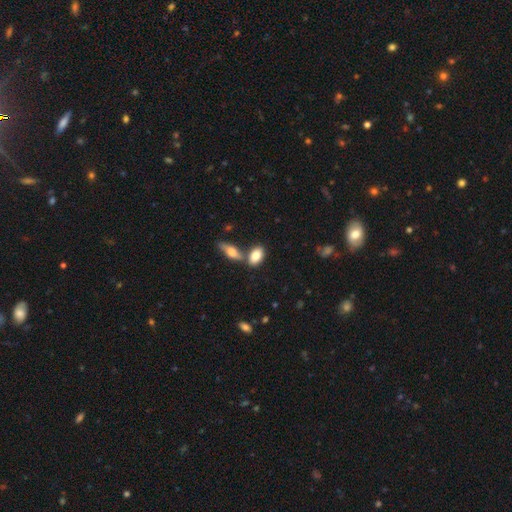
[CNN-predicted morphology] Smooth or featured? Predicted: smooth (p=0.81). How rounded? Predicted: in between (p=0.91). Merging? Predicted: none (p=0.53).